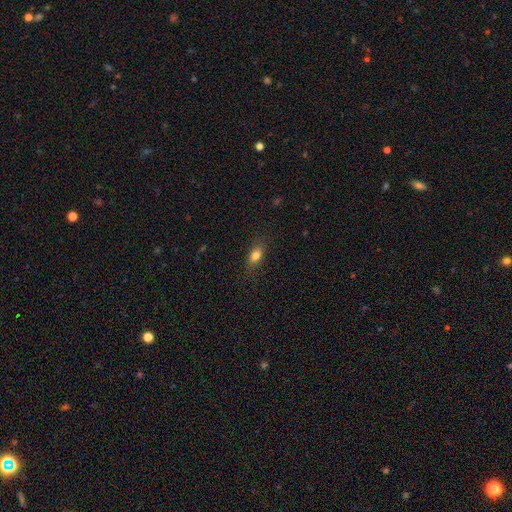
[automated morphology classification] A smooth galaxy with no disk features (80%) that is in between round and cigar-shaped (78%). Merging: none (82%).